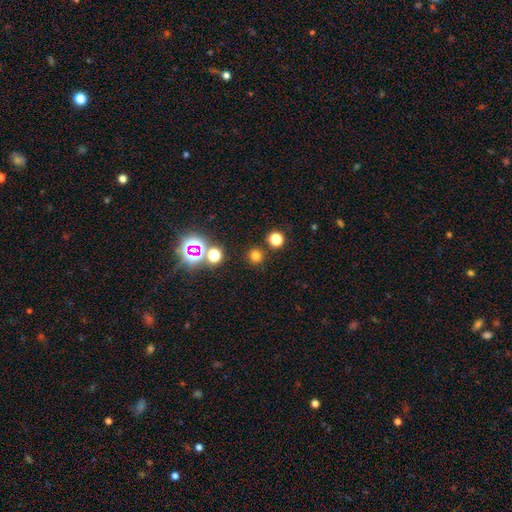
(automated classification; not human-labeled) Smooth or featured? smooth (72%)
How rounded? round (94%)
Merging? none (86%)